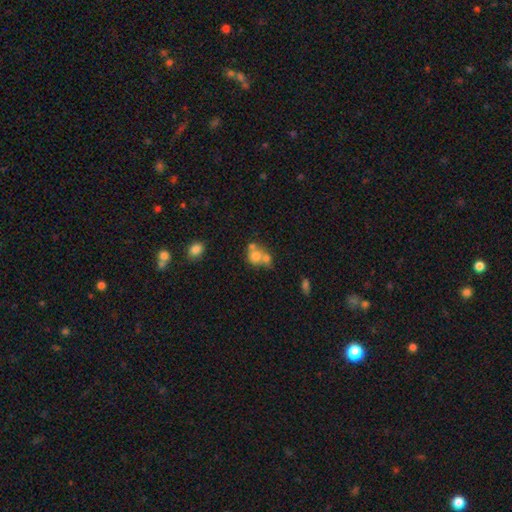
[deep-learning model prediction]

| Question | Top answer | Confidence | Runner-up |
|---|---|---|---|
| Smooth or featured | smooth | 68% | featured or disk (20%) |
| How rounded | round | 71% | in between (28%) |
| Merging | merger | 58% | none (29%) |